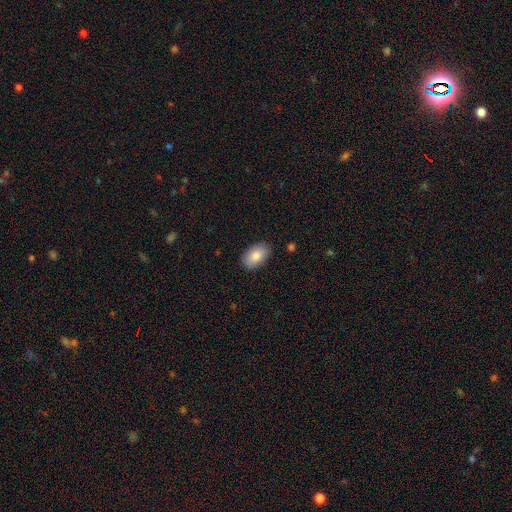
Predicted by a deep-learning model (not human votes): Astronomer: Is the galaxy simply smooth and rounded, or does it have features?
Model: smooth — 84%.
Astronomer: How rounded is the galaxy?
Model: in between — 93%.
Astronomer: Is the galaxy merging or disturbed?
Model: none — 86%.